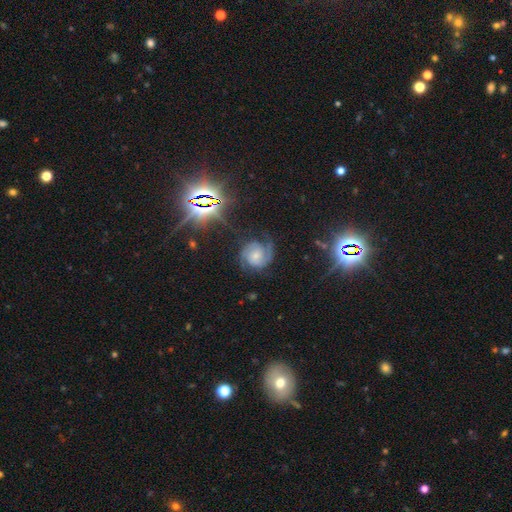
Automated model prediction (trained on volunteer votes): smooth-or-featured: featured or disk: 76% | smooth: 13% | star or artifact: 11%
  disk-edge-on: no: 98% | yes: 2%
    bar: no: 67% | weak: 26% | strong: 7%
    has-spiral-arms: yes: 96% | no: 4%
      spiral-winding: tight: 44% | medium: 42% | loose: 14%
      spiral-arm-count: 2: 72% | can't tell: 10% | 3: 7% | 1: 6% | 4: 2% | more than 4: 2%
    bulge-size: small: 52% | moderate: 34% | none: 8% | large: 4% | dominant: 2%
  merging: none: 66% | minor disturbance: 19% | major disturbance: 13% | merger: 2%